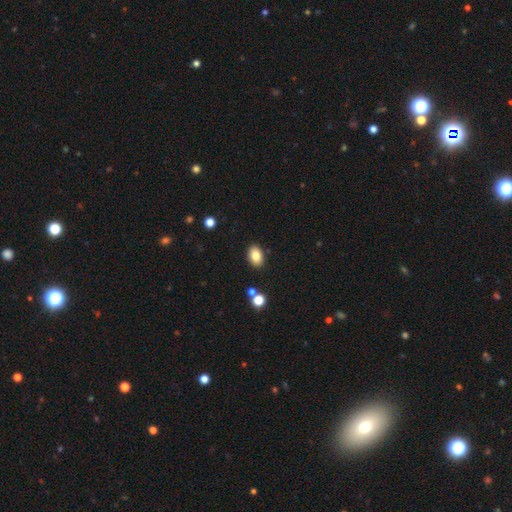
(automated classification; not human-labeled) This appears to be a smooth galaxy with no disk features (82%) that is in between round and cigar-shaped (87%). Merging: none (87%).